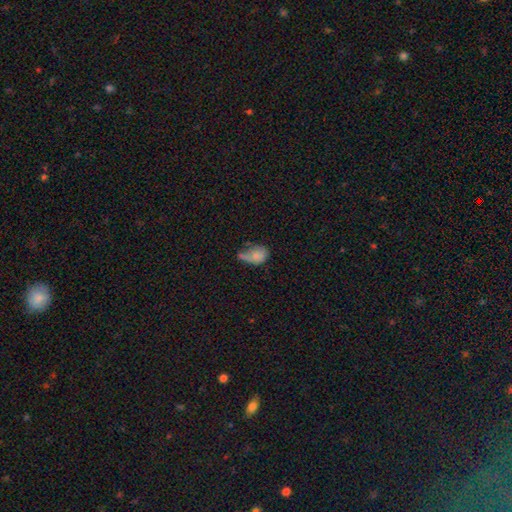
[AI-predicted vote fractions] Smooth or featured? smooth (68%)
How rounded? in between (72%)
Merging? minor disturbance (33%)